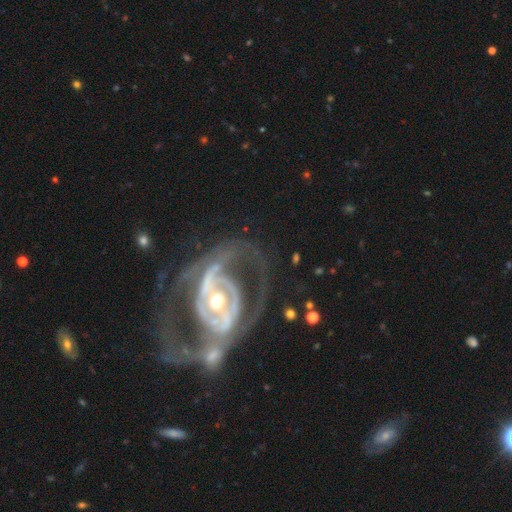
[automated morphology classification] Q: Smooth or featured?
A: featured or disk (89%); runner-up: smooth (6%)
Q: Edge-on disk?
A: no (96%); runner-up: yes (4%)
Q: Bar?
A: strong (40%); runner-up: weak (31%)
Q: Spiral arms?
A: yes (87%); runner-up: no (13%)
Q: Spiral winding?
A: medium (45%); runner-up: tight (32%)
Q: Spiral arm count?
A: 2 (75%); runner-up: can't tell (11%)
Q: Bulge size?
A: moderate (52%); runner-up: small (39%)
Q: Merging?
A: none (44%); runner-up: major disturbance (27%)